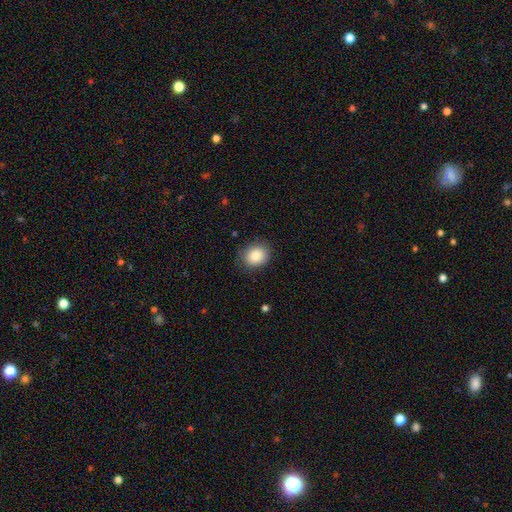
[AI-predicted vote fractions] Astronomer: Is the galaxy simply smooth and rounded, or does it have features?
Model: smooth — 86%.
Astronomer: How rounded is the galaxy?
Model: round — 63%.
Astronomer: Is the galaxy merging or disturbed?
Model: none — 84%.